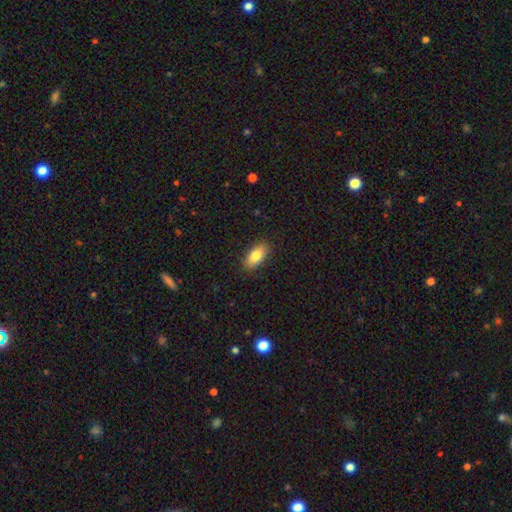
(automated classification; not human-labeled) Smooth or featured?
  - smooth: 83% *
  - featured or disk: 10%
  - star or artifact: 7%
How rounded?
  - in between: 90% *
  - cigar-shaped: 7%
  - round: 3%
Merging?
  - none: 88% *
  - minor disturbance: 9%
  - major disturbance: 2%
  - merger: 1%